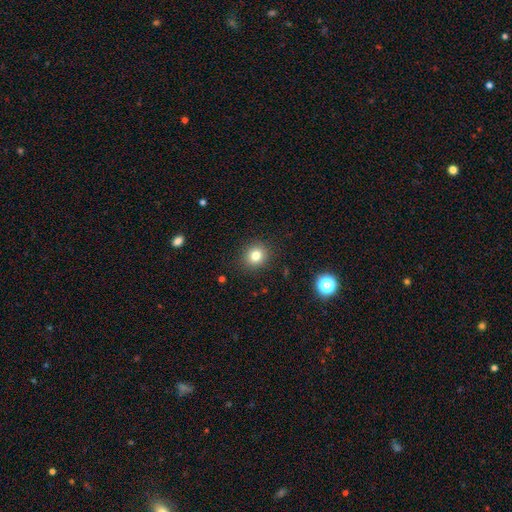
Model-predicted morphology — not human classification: smooth_or_featured: smooth (p=0.80) [alt: star or artifact p=0.13]
how_rounded: round (p=0.84) [alt: in between p=0.15]
merging: none (p=0.90) [alt: minor disturbance p=0.07]